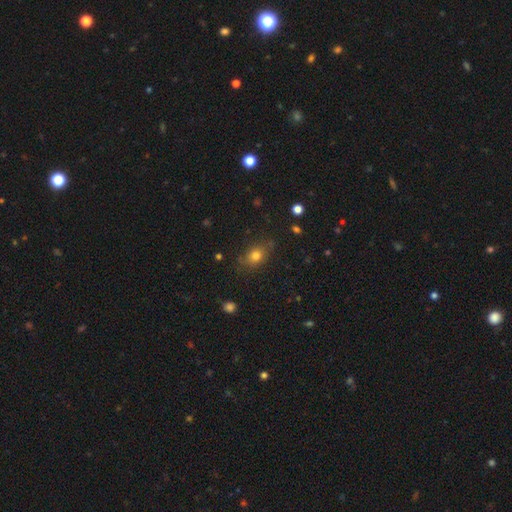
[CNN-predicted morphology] This is likely a smooth galaxy (77%). How rounded: possibly in between (59%). Merging: likely none (75%).